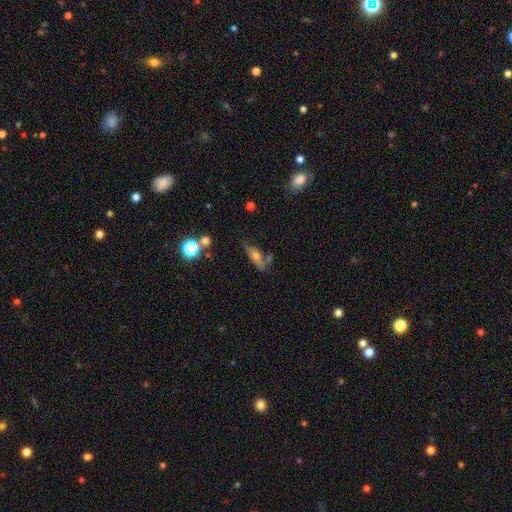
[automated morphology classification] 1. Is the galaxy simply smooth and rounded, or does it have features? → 58% smooth, 31% featured or disk, 10% star or artifact.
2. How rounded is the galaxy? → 52% in between, 43% cigar-shaped, 5% round.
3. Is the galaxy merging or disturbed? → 57% none, 22% minor disturbance, 13% merger, 8% major disturbance.